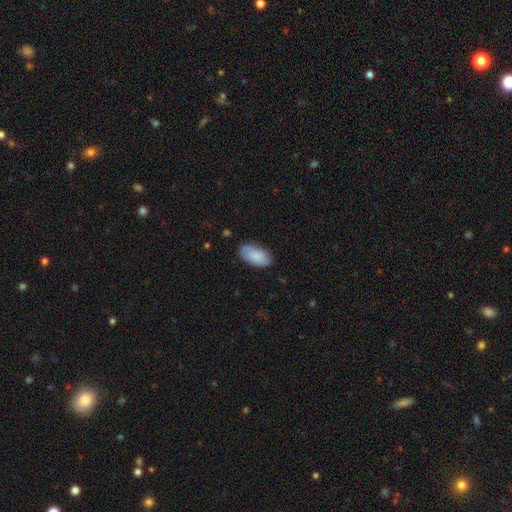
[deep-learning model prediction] The model was most divided on "merging": none: 80%, minor disturbance: 16%, major disturbance: 3%, merger: 1%. More confident: how rounded — in between (95%); smooth or featured — smooth (84%).